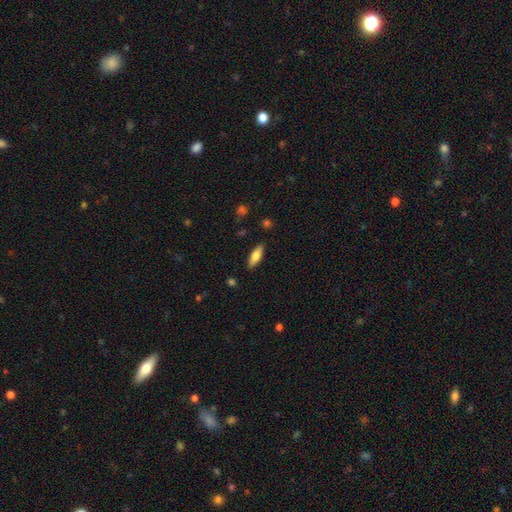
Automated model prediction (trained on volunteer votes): A smooth galaxy with no disk features (71%) that is in between round and cigar-shaped (63%).

Vote fractions:
- Smooth or featured? smooth: 71% / featured or disk: 22% / star or artifact: 6%
- How rounded? in between: 63% / cigar-shaped: 35% / round: 2%
- Merging? none: 87% / minor disturbance: 9% / major disturbance: 2% / merger: 1%